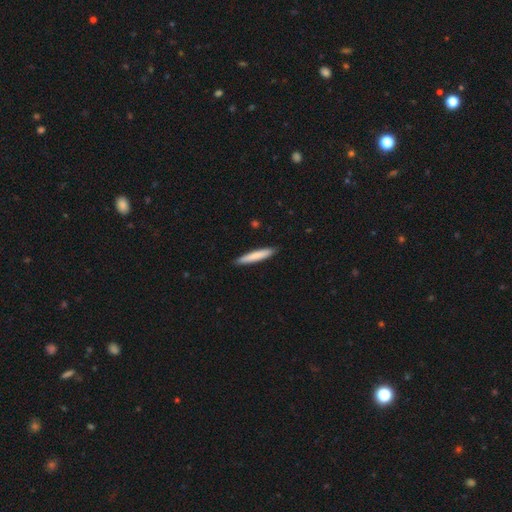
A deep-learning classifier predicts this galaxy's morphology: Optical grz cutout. It shows a smooth galaxy with no disk features (78%) that is cigar-shaped (93%). Merging: none (90%).